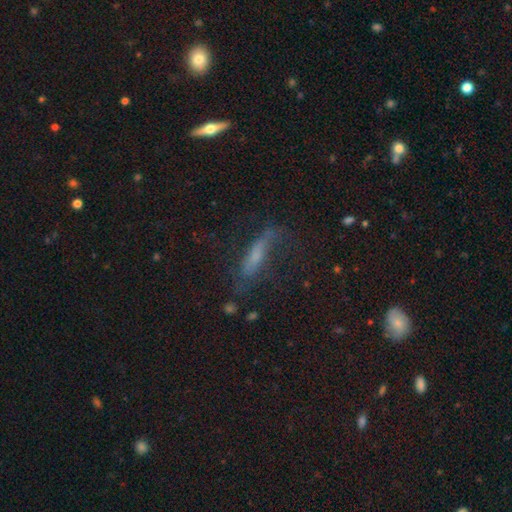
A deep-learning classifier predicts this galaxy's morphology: Smooth or featured? Predicted: featured or disk (p=0.47). Merging? Predicted: none (p=0.53).